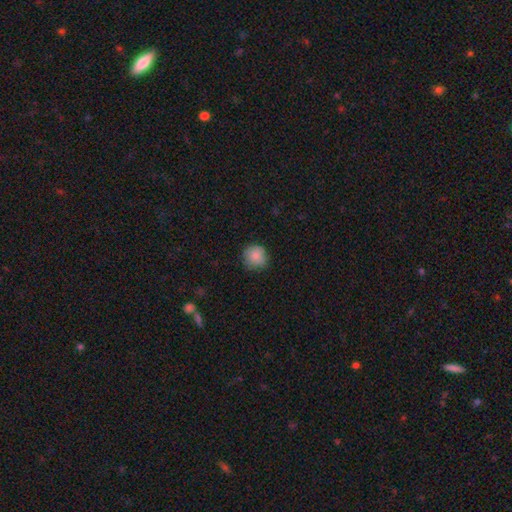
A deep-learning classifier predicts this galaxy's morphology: smooth-or-featured: smooth: 85% | star or artifact: 8% | featured or disk: 6%
  how-rounded: round: 90% | in between: 9% | cigar-shaped: 1%
  merging: none: 78% | minor disturbance: 17% | major disturbance: 3% | merger: 1%